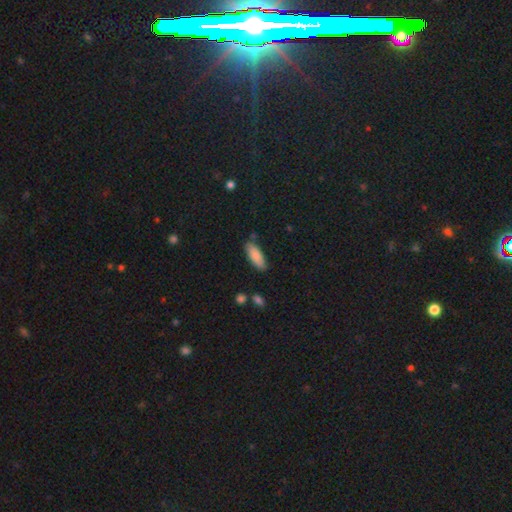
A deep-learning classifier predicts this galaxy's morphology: Smooth or featured? smooth (86%)
How rounded? in between (69%)
Merging? none (80%)